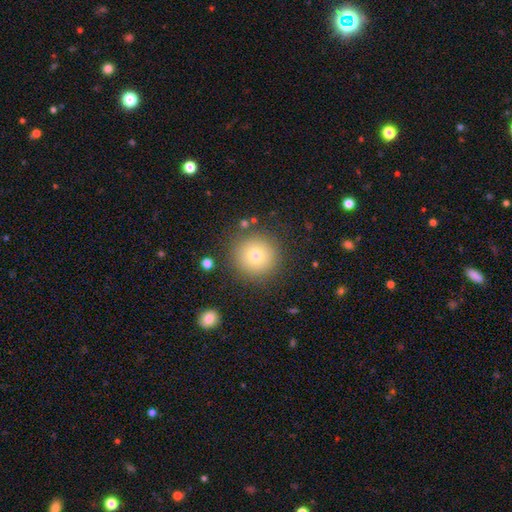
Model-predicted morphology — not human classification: Overall: smooth (75%). How rounded: round (95%). Merging: none (87%).